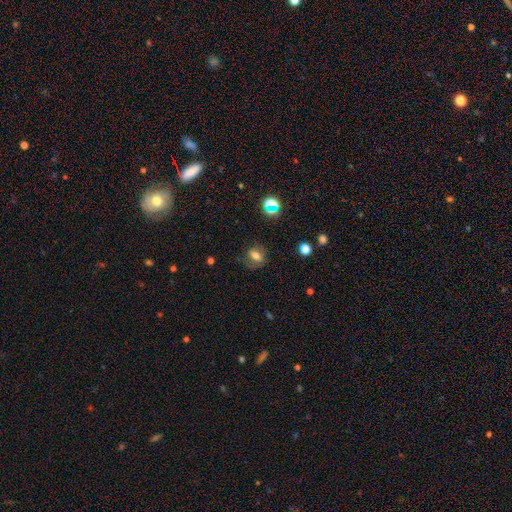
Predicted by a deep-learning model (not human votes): smooth-or-featured: smooth: 57% | featured or disk: 24% | star or artifact: 19%
  how-rounded: in between: 54% | round: 43% | cigar-shaped: 3%
  merging: none: 70% | minor disturbance: 19% | major disturbance: 9% | merger: 2%